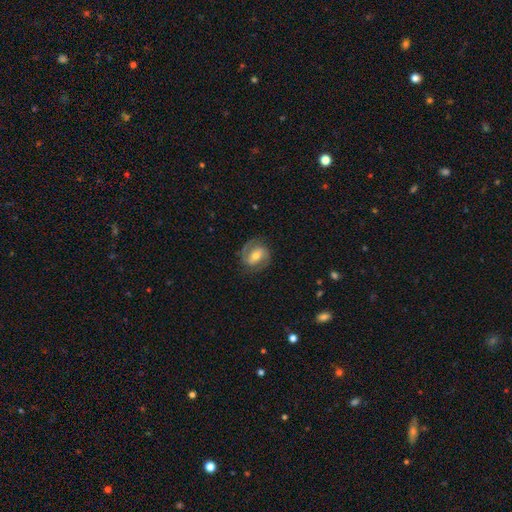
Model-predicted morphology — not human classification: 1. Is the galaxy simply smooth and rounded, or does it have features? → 76% featured or disk, 18% smooth, 6% star or artifact.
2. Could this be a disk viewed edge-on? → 97% no, 3% yes.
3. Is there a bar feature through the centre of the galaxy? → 41% weak, 32% strong, 27% no.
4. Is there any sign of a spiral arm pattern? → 92% yes, 8% no.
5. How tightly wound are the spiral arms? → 47% medium, 37% tight, 15% loose.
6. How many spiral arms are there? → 87% 2, 6% can't tell, 4% 1, 1% 3, 1% 4, 1% more than 4.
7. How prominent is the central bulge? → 58% moderate, 33% small, 5% large, 2% none, 1% dominant.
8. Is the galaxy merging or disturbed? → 79% none, 13% minor disturbance, 7% major disturbance, 1% merger.